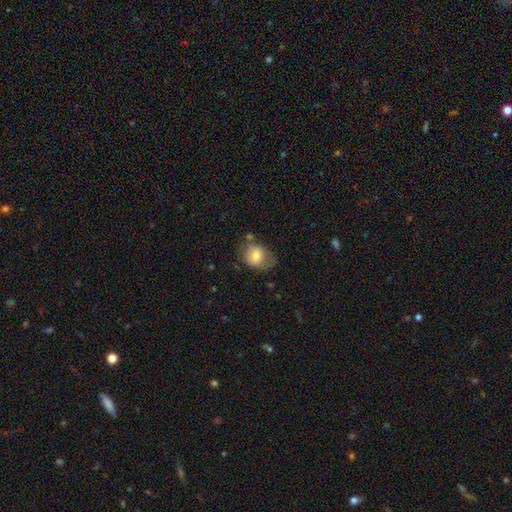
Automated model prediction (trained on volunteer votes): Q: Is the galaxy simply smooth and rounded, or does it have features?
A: smooth — 69%.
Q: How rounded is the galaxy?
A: round — 52%.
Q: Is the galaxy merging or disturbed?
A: none — 47%.